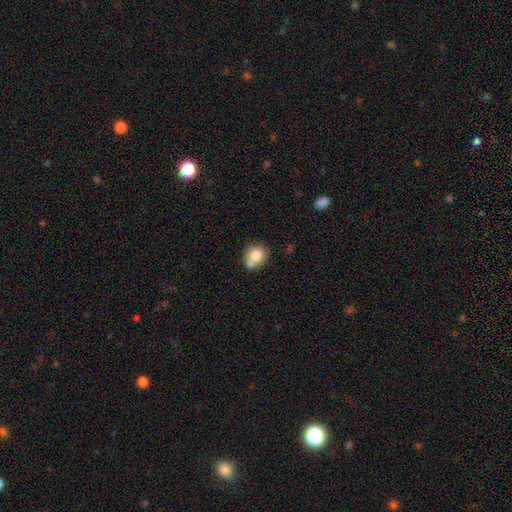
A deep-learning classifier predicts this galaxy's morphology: The model was most divided on "merging": none: 49%, merger: 32%, minor disturbance: 14%, major disturbance: 4%. More confident: smooth or featured — smooth (77%); how rounded — round (73%).